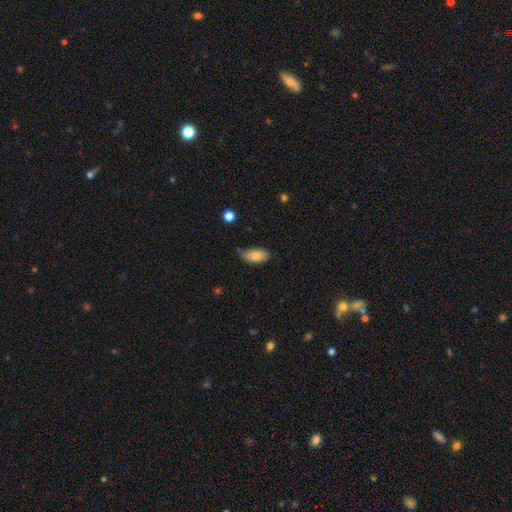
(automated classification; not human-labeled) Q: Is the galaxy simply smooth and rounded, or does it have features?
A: smooth — 77%.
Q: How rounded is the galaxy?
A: in between — 93%.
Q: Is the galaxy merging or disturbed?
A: none — 59%.